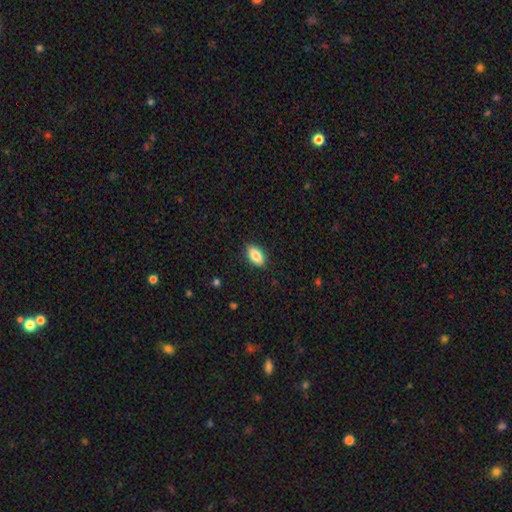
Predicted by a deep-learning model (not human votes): Morphology: type=smooth (82%); roundness=in between (88%); merging=none (88%).